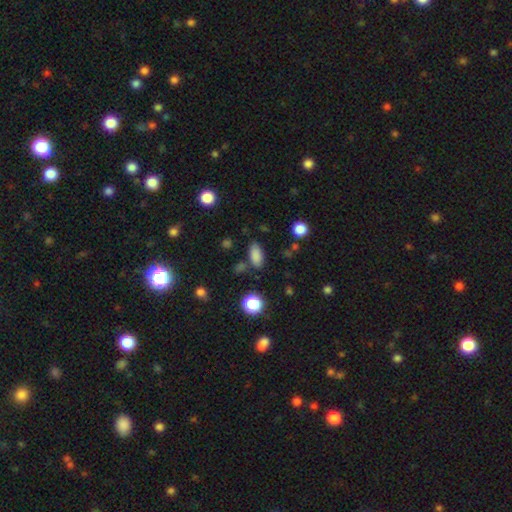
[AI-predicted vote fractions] A smooth galaxy with no disk features (84%) that is in between round and cigar-shaped (86%).

Vote fractions:
- Smooth or featured? smooth: 84% / star or artifact: 11% / featured or disk: 5%
- How rounded? in between: 86% / cigar-shaped: 8% / round: 5%
- Merging? none: 76% / minor disturbance: 14% / merger: 6% / major disturbance: 4%